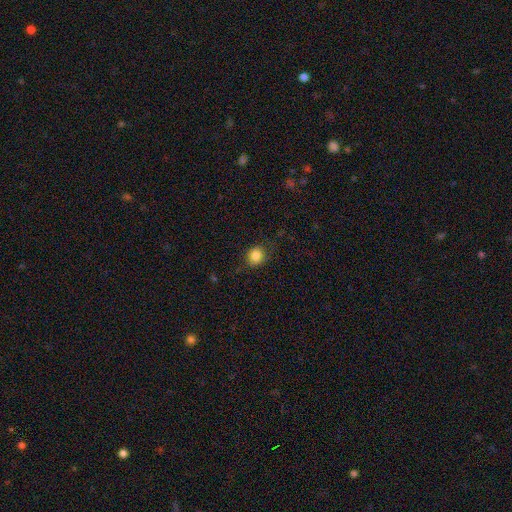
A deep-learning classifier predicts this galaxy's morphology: This appears to be a smooth galaxy with no disk features (85%) that is round (76%). Merging: none (77%).